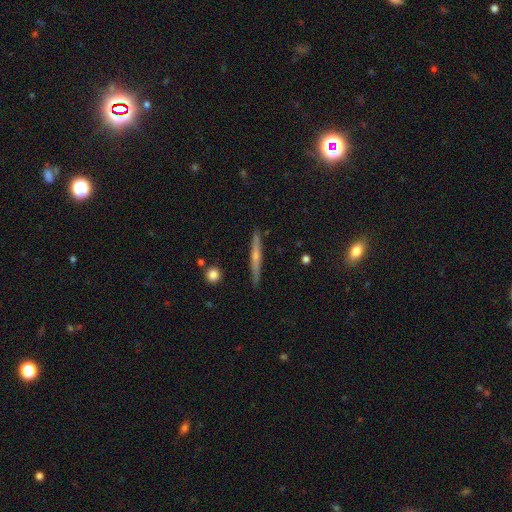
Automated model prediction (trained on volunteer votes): Q: Smooth or featured?
A: featured or disk (63%); runner-up: smooth (30%)
Q: Edge-on disk?
A: yes (97%); runner-up: no (3%)
Q: Edge-on bulge?
A: rounded (63%); runner-up: none (32%)
Q: Merging?
A: none (90%); runner-up: minor disturbance (8%)